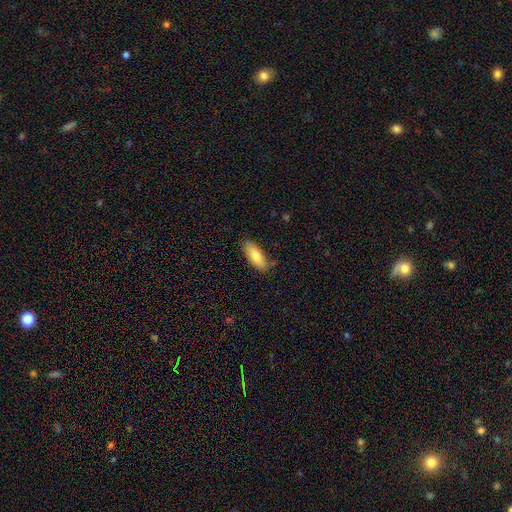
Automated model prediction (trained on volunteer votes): Smooth or featured?
  - smooth: 77% *
  - featured or disk: 17%
  - star or artifact: 6%
How rounded?
  - in between: 72% *
  - cigar-shaped: 26%
  - round: 2%
Merging?
  - none: 76% *
  - minor disturbance: 20%
  - major disturbance: 3%
  - merger: 2%